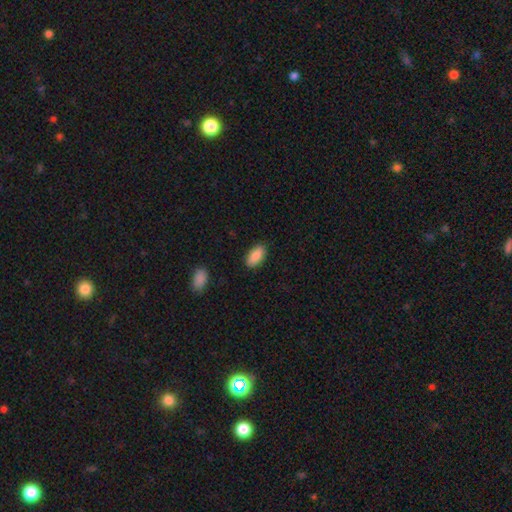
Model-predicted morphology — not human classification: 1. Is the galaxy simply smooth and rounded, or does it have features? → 87% smooth, 6% star or artifact, 6% featured or disk.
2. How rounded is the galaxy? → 93% in between, 5% cigar-shaped, 2% round.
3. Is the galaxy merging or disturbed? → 87% none, 10% minor disturbance, 2% major disturbance, 1% merger.